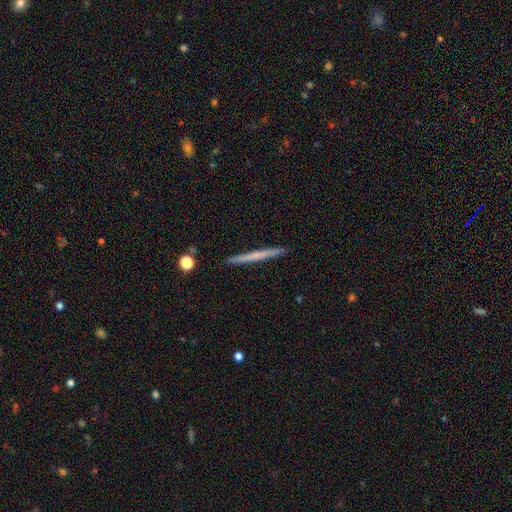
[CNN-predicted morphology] A smooth galaxy with no disk features (52%) that is cigar-shaped (97%). Merging: none (92%).